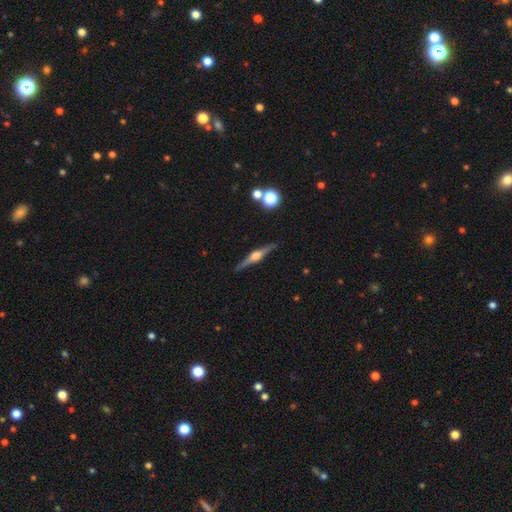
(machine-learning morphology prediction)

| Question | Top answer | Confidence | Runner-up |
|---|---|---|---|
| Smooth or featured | featured or disk | 80% | smooth (14%) |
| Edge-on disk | yes | 98% | no (2%) |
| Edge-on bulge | rounded | 91% | boxy (7%) |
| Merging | none | 89% | minor disturbance (7%) |